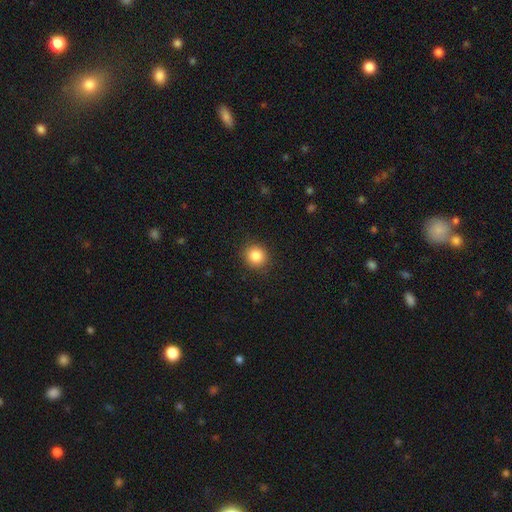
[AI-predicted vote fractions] smooth_or_featured: smooth (p=0.85) [alt: star or artifact p=0.10]
how_rounded: round (p=0.86) [alt: in between p=0.13]
merging: none (p=0.89) [alt: minor disturbance p=0.07]